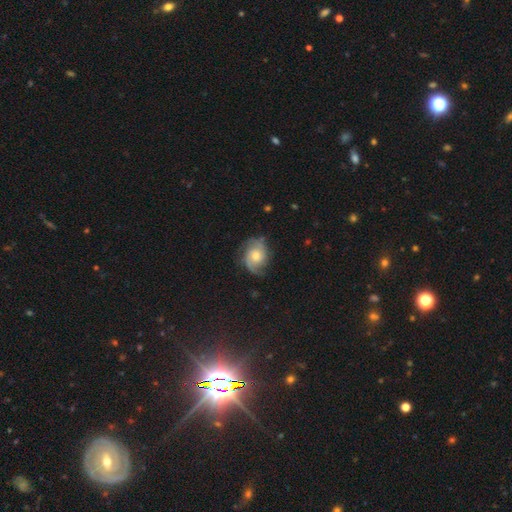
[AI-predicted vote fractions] This is likely a featured or disk galaxy (72%). It is clearly not viewed edge-on (97%). Bar: likely no (73%). Spiral arm pattern: clearly yes (93%). Spiral arm count: likely 2 (74%). Spiral winding: marginally medium (43%). Central bulge: possibly moderate (58%). Merging: likely none (71%).